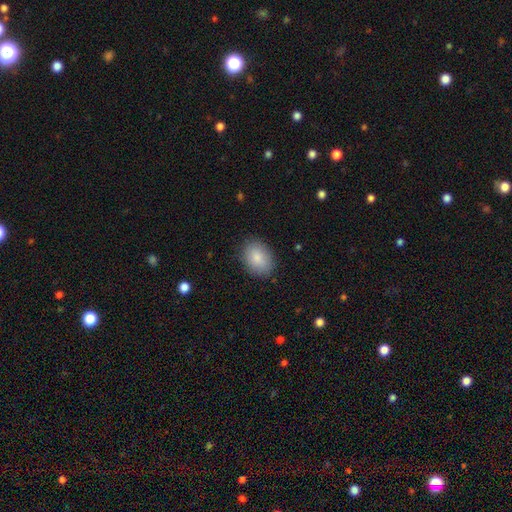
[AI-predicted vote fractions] Smooth or featured: smooth — 86% (star or artifact — 7%)
How rounded: in between — 74% (round — 25%)
Merging: none — 85% (minor disturbance — 11%)